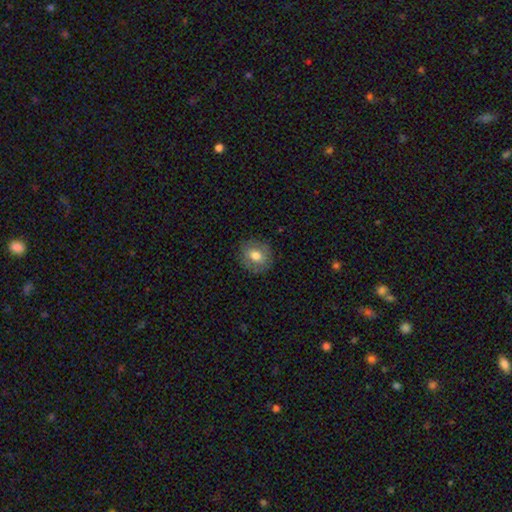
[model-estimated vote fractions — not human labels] A smooth galaxy with no disk features (72%) that is round (75%). Merging: none (85%).